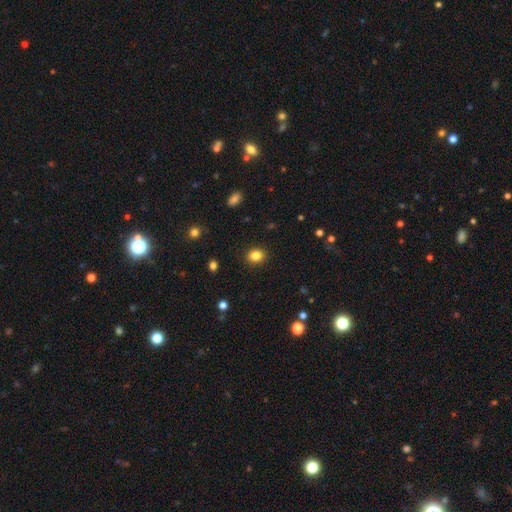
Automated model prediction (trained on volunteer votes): Smooth or featured: smooth — 84% (star or artifact — 10%)
How rounded: round — 62% (in between — 38%)
Merging: none — 90% (minor disturbance — 7%)